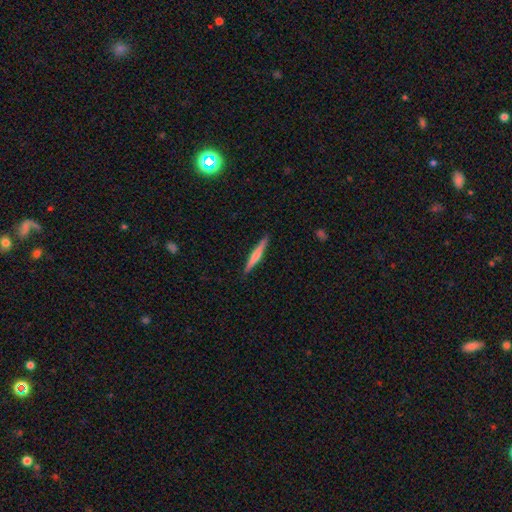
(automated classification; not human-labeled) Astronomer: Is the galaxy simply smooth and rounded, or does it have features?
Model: smooth — 51% (runner-up: featured or disk, 44%).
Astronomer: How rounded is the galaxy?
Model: cigar-shaped — 95%.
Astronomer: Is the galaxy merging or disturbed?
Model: none — 90%.